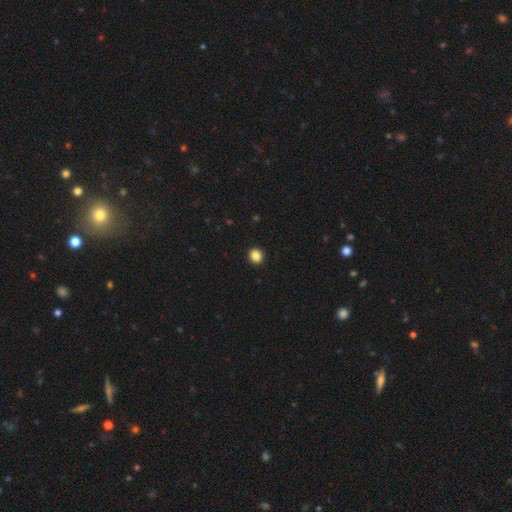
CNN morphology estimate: Overall: smooth (86%). How rounded: round (77%). Merging: none (93%).